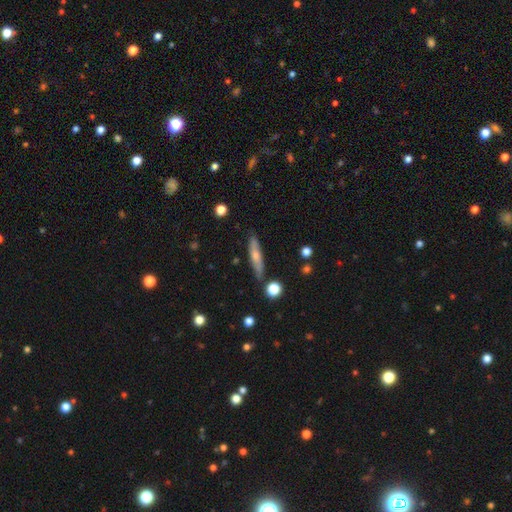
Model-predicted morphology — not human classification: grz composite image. It shows a smooth galaxy with no disk features (60%) that is cigar-shaped (83%). Merging: none (81%).